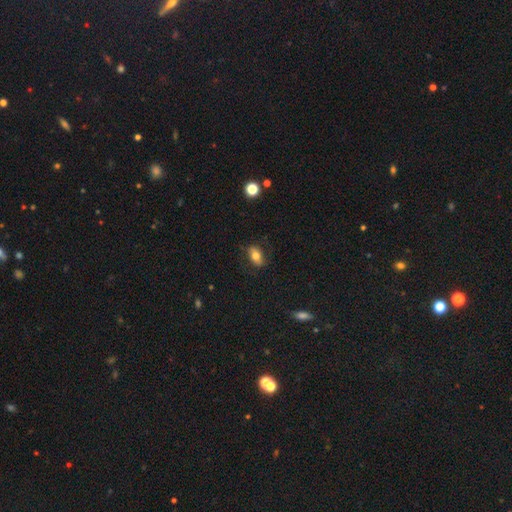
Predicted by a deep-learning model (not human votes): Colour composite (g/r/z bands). It shows a smooth galaxy with no disk features (71%) that is in between round and cigar-shaped (85%). Merging: none (77%).